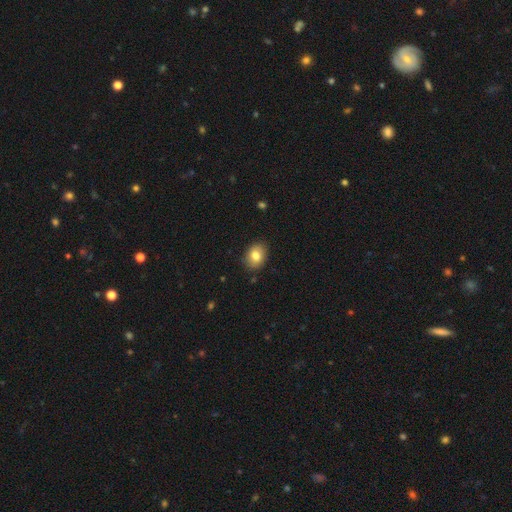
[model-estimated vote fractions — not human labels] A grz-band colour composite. It shows a smooth galaxy with no disk features (82%) that is in between round and cigar-shaped (62%). Merging: none (85%).